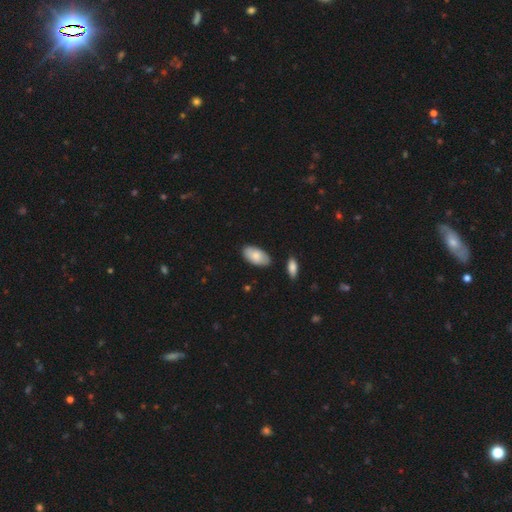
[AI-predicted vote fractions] The model was most divided on "smooth or featured": smooth: 78%, featured or disk: 16%, star or artifact: 6%. More confident: how rounded — in between (95%); merging — none (81%).